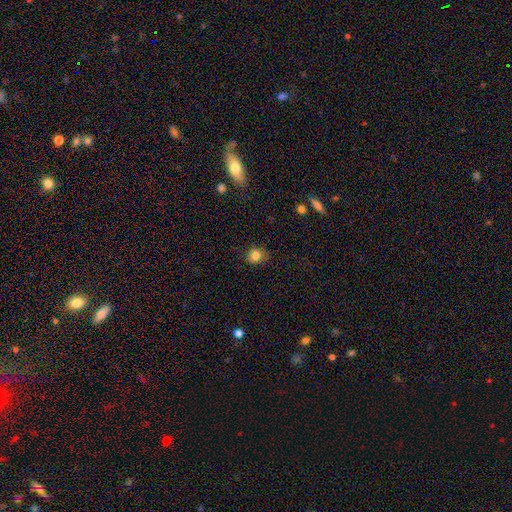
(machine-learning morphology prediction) Smooth or featured: smooth — 82% (star or artifact — 12%)
How rounded: round — 76% (in between — 24%)
Merging: none — 82% (minor disturbance — 14%)